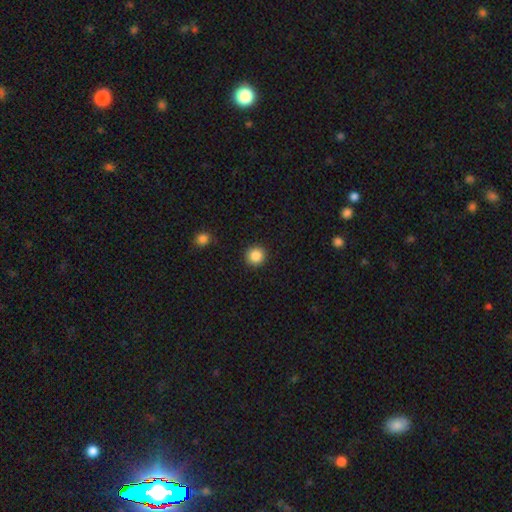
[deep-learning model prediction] Smooth or featured? smooth (87%)
How rounded? round (95%)
Merging? none (93%)